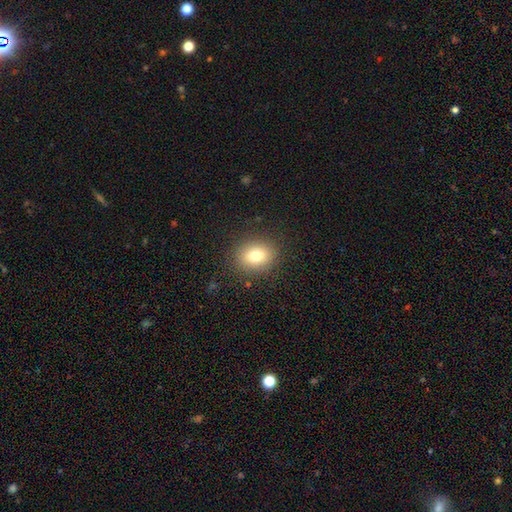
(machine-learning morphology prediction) Smooth or featured?
  - smooth: 78% *
  - star or artifact: 11%
  - featured or disk: 11%
How rounded?
  - round: 55% *
  - in between: 44%
  - cigar-shaped: 1%
Merging?
  - none: 87% *
  - minor disturbance: 8%
  - major disturbance: 3%
  - merger: 1%